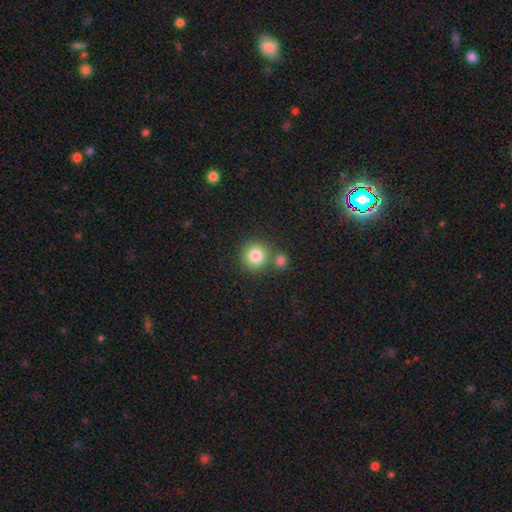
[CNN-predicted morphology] This is clearly a smooth galaxy (83%). How rounded: clearly round (92%). Merging: likely none (68%).